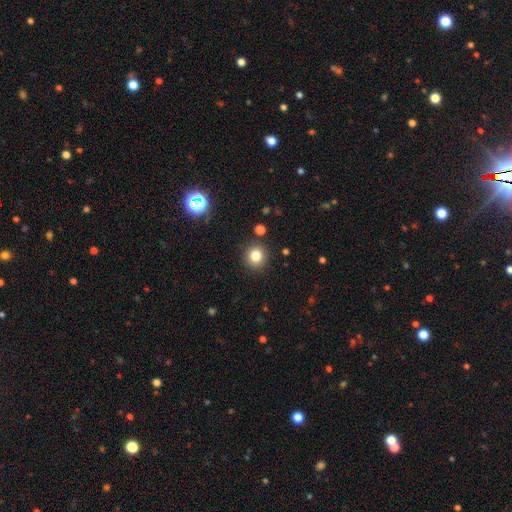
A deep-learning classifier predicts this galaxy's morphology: Smooth or featured?
  - smooth: 80% *
  - star or artifact: 13%
  - featured or disk: 6%
How rounded?
  - round: 90% *
  - in between: 9%
  - cigar-shaped: 1%
Merging?
  - none: 89% *
  - minor disturbance: 6%
  - major disturbance: 2%
  - merger: 2%